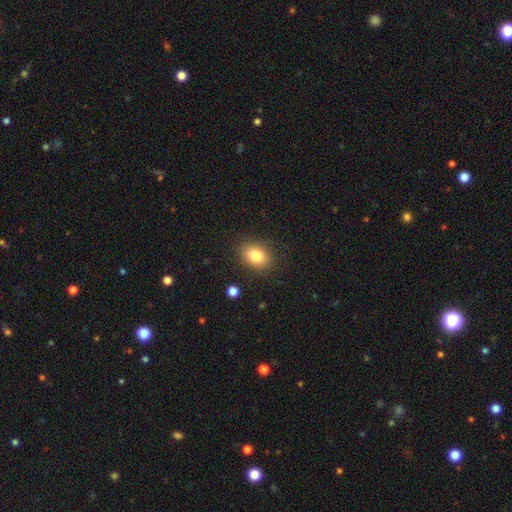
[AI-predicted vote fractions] smooth 82%, star or artifact 9%, featured or disk 9%. Down the decision tree: how rounded — in between (68%); merging — none (86%).